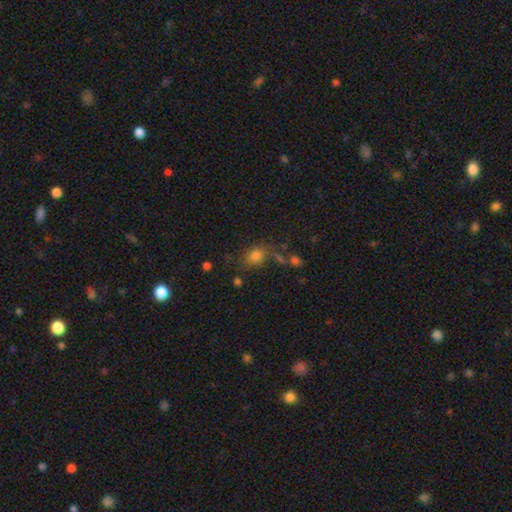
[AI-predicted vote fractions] Smooth or featured? smooth (75%)
How rounded? in between (60%)
Merging? none (65%)